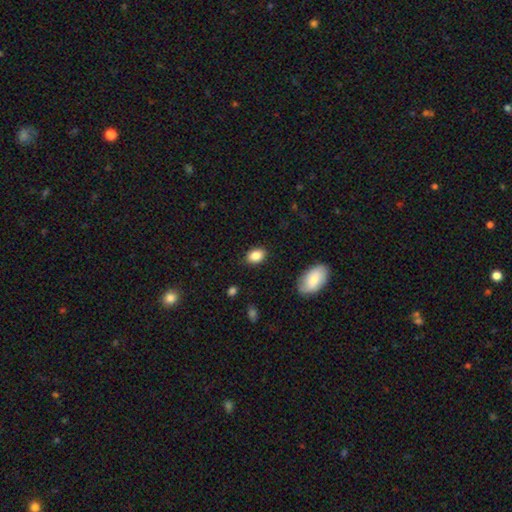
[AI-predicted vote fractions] The model was most divided on "how rounded": in between: 80%, round: 18%, cigar-shaped: 1%. More confident: smooth or featured — smooth (87%); merging — none (86%).